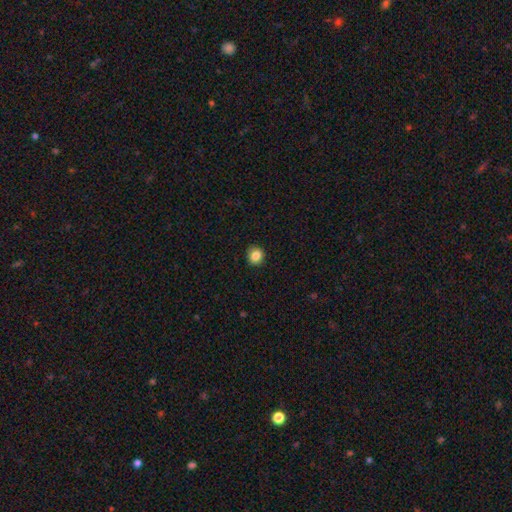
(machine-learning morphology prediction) smooth_or_featured: smooth (p=0.85) [alt: star or artifact p=0.10]
how_rounded: round (p=0.84) [alt: in between p=0.15]
merging: none (p=0.90) [alt: minor disturbance p=0.07]